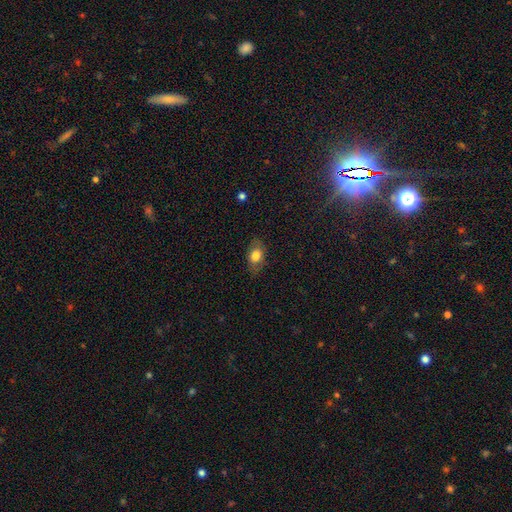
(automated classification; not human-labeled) Overall: smooth (76%). How rounded: in between (83%). Merging: none (78%).